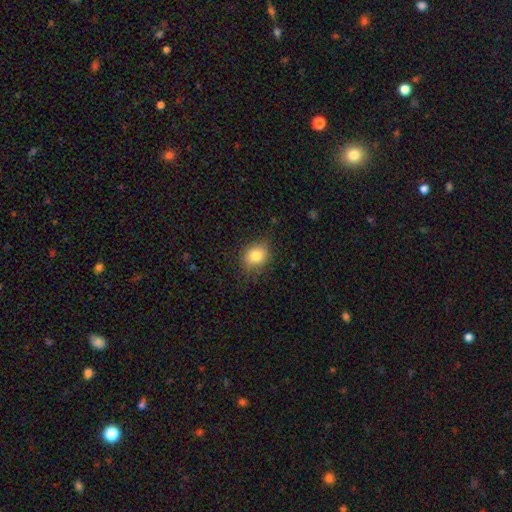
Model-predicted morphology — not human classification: Q: Smooth or featured?
A: smooth (81%); runner-up: star or artifact (10%)
Q: How rounded?
A: round (52%); runner-up: in between (46%)
Q: Merging?
A: none (77%); runner-up: minor disturbance (17%)